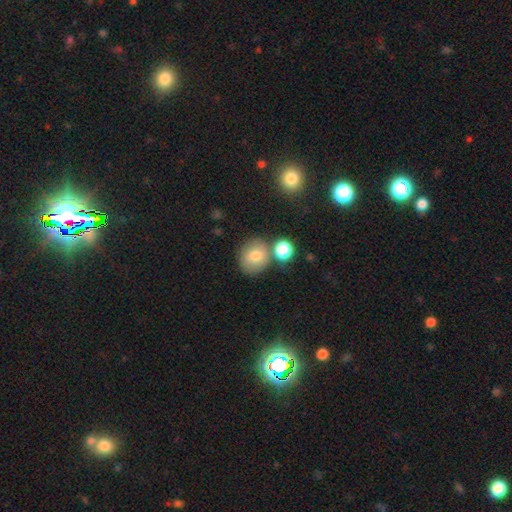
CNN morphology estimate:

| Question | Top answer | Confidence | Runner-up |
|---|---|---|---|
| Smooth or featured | smooth | 78% | featured or disk (12%) |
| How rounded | round | 77% | in between (22%) |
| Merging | none | 65% | merger (18%) |